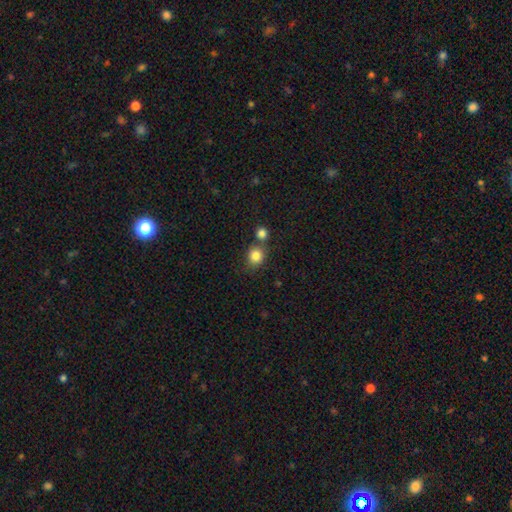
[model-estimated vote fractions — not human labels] smooth_or_featured: smooth (p=0.84) [alt: star or artifact p=0.10]
how_rounded: round (p=0.79) [alt: in between p=0.20]
merging: none (p=0.60) [alt: merger p=0.26]